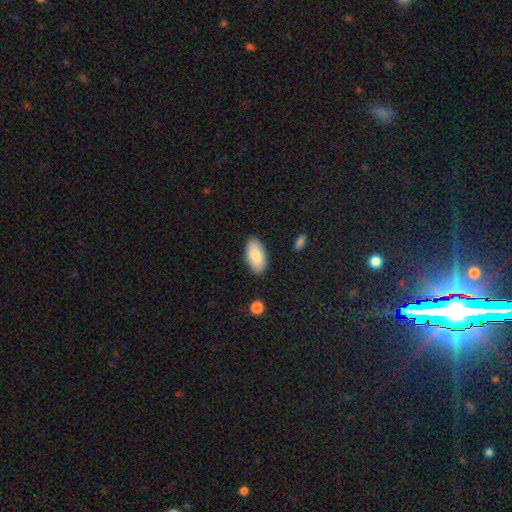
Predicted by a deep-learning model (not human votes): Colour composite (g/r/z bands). It shows a smooth galaxy with no disk features (84%) that is in between round and cigar-shaped (95%). Merging: none (87%).